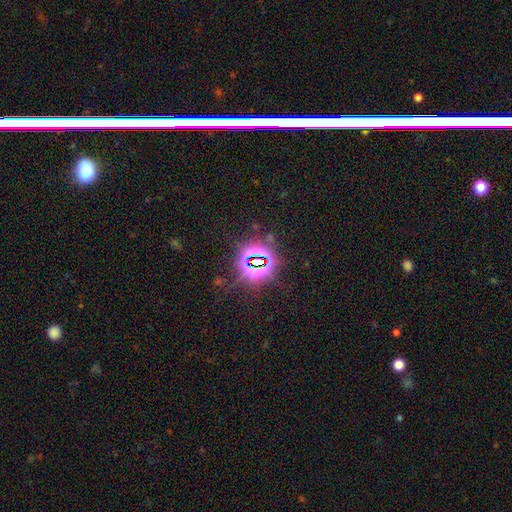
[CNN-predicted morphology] Smooth or featured?
  - star or artifact: 82% *
  - smooth: 11%
  - featured or disk: 7%